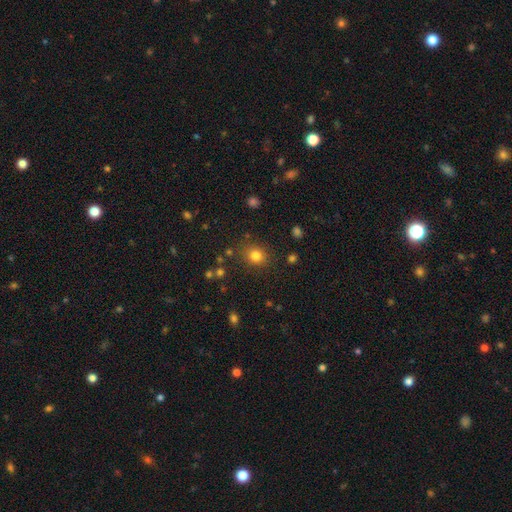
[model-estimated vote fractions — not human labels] This is clearly a smooth galaxy (81%). How rounded: likely round (76%). Merging: clearly none (84%).